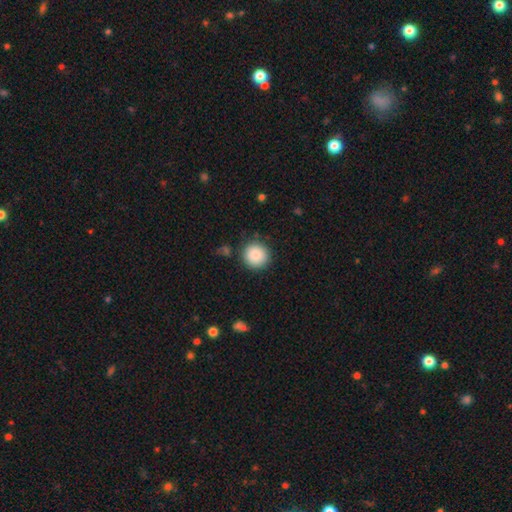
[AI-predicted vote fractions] A smooth galaxy with no disk features (87%) that is round (94%). Merging: none (88%).